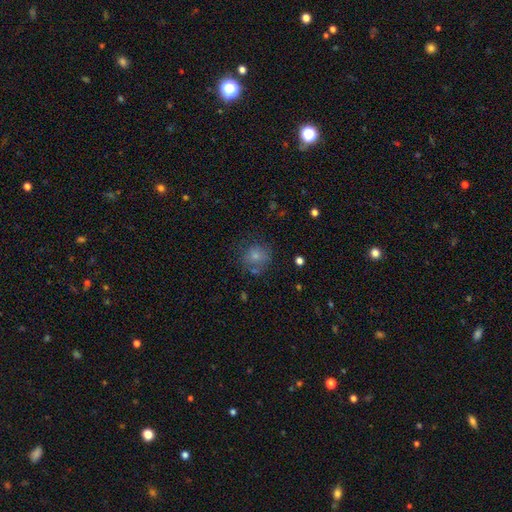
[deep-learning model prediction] A smooth galaxy with no disk features (75%) that is round (82%). Merging: none (62%).